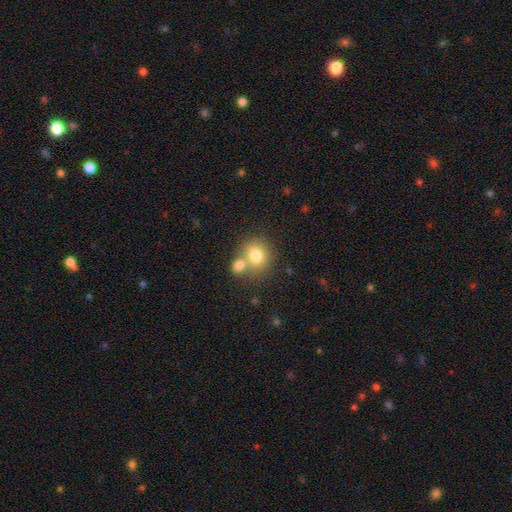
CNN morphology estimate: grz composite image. It shows a smooth galaxy with no disk features (78%) that is round (75%). Merging: none (48%).